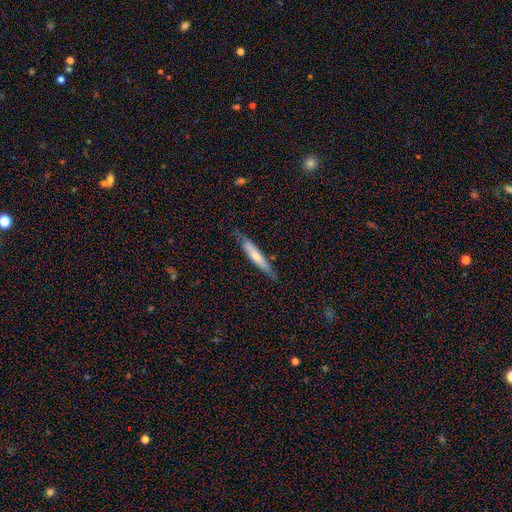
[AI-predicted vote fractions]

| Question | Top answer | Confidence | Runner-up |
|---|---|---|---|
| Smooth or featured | smooth | 65% | featured or disk (30%) |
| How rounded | cigar-shaped | 91% | in between (8%) |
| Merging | none | 74% | minor disturbance (21%) |